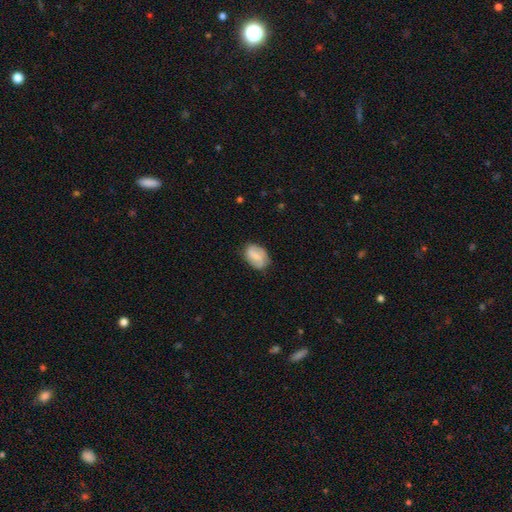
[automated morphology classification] smooth-or-featured: smooth: 51% | featured or disk: 42% | star or artifact: 7%
  how-rounded: in between: 81% | round: 17% | cigar-shaped: 2%
  merging: none: 75% | minor disturbance: 19% | major disturbance: 4% | merger: 1%